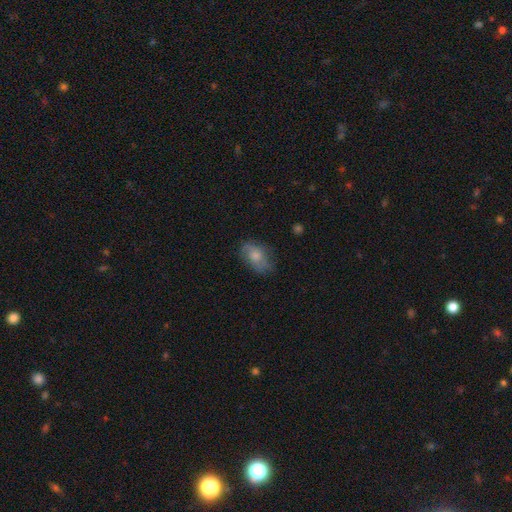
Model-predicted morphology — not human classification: This appears to be a smooth galaxy with no disk features (61%) that is in between round and cigar-shaped (86%). Merging: none (64%).